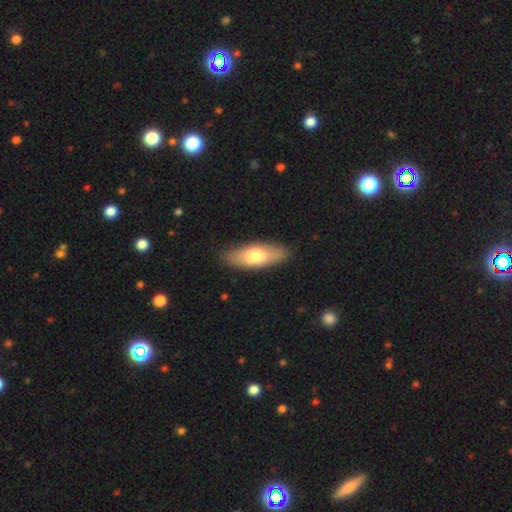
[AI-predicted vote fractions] The model was most divided on "smooth or featured": smooth: 69%, featured or disk: 26%, star or artifact: 5%. More confident: merging — none (86%); how rounded — in between (71%).